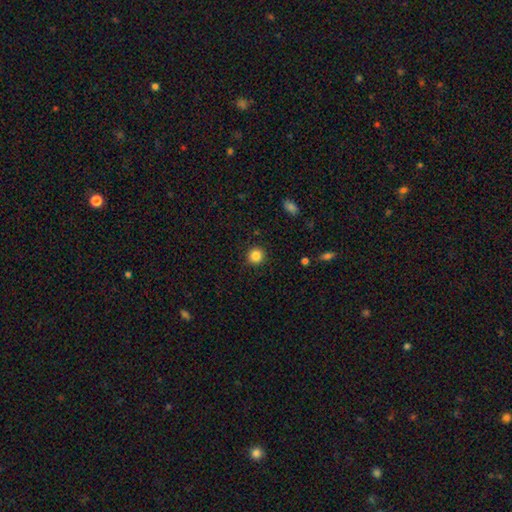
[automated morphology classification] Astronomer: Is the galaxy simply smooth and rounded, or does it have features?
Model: smooth — 85%.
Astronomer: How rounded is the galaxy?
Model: round — 93%.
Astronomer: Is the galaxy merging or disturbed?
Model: none — 91%.